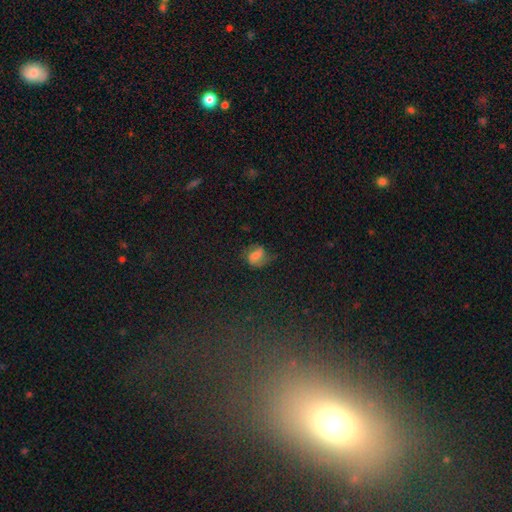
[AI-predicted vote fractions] Smooth or featured? Predicted: featured or disk (p=0.44). Merging? Predicted: none (p=0.57).